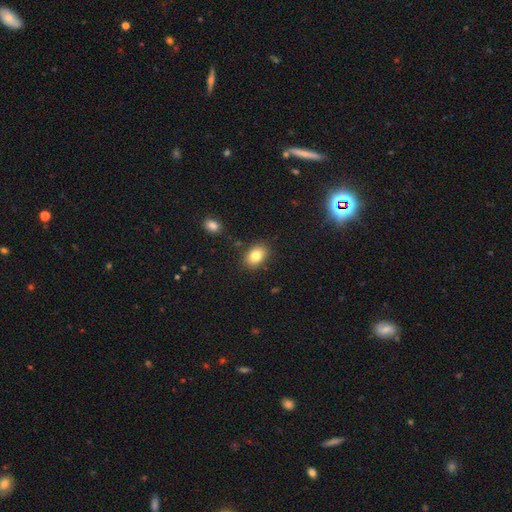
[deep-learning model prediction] The model was most divided on "how rounded": in between: 77%, round: 22%, cigar-shaped: 1%. More confident: merging — none (85%); smooth or featured — smooth (82%).